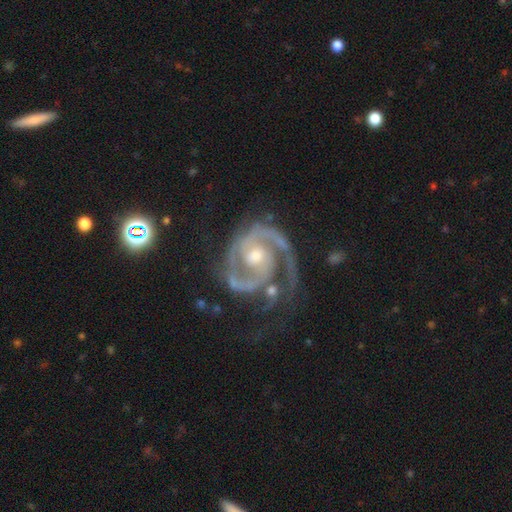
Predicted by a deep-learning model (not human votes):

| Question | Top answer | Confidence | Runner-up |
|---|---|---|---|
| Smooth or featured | featured or disk | 92% | star or artifact (4%) |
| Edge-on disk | no | 98% | yes (2%) |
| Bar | no | 60% | weak (31%) |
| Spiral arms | yes | 98% | no (2%) |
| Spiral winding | tight | 48% | medium (44%) |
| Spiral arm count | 2 | 71% | 3 (10%) |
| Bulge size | moderate | 67% | small (24%) |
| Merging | none | 54% | minor disturbance (22%) |